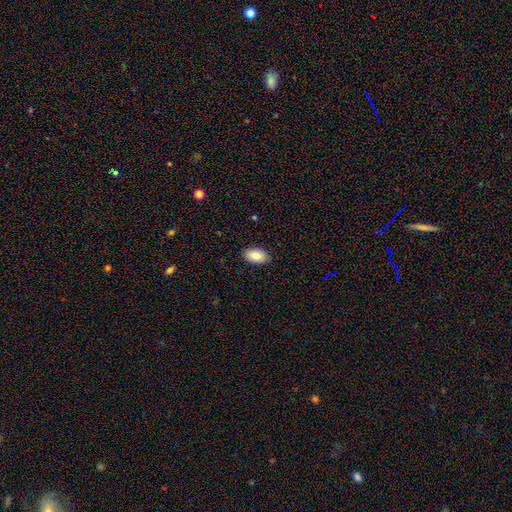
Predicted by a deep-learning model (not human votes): Smooth or featured: smooth — 83% (featured or disk — 11%)
How rounded: in between — 93% (round — 5%)
Merging: none — 88% (minor disturbance — 9%)